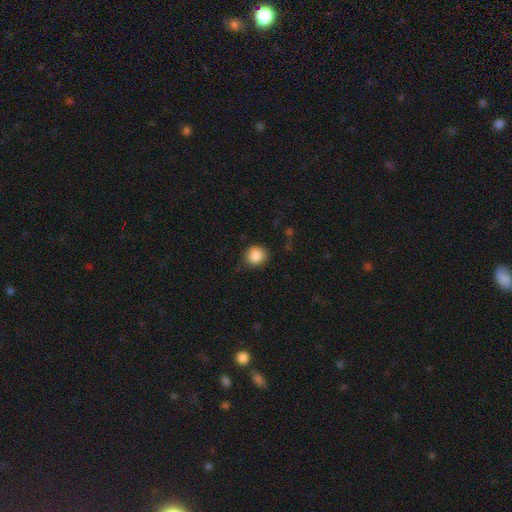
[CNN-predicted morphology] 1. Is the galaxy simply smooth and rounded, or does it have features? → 87% smooth, 9% star or artifact, 4% featured or disk.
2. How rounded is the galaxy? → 89% round, 10% in between, 1% cigar-shaped.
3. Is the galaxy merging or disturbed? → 78% none, 17% minor disturbance, 4% major disturbance, 1% merger.